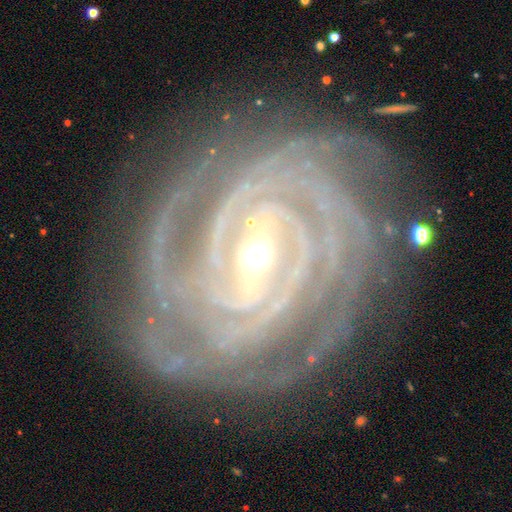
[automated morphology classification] smooth-or-featured: featured or disk: 92% | star or artifact: 5% | smooth: 3%
  disk-edge-on: no: 97% | yes: 3%
    bar: strong: 55% | weak: 33% | no: 12%
    has-spiral-arms: yes: 99% | no: 1%
      spiral-winding: tight: 86% | medium: 12% | loose: 2%
      spiral-arm-count: 4: 27% | 3: 20% | can't tell: 16% | more than 4: 15% | 2: 15% | 1: 7%
    bulge-size: moderate: 49% | small: 47% | large: 3% | none: 1% | dominant: 1%
  merging: none: 81% | minor disturbance: 13% | major disturbance: 4% | merger: 1%